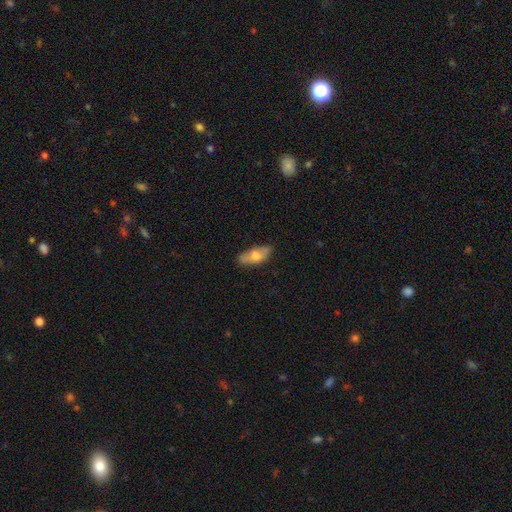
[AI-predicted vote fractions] Smooth or featured? smooth (67%)
How rounded? in between (78%)
Merging? none (70%)